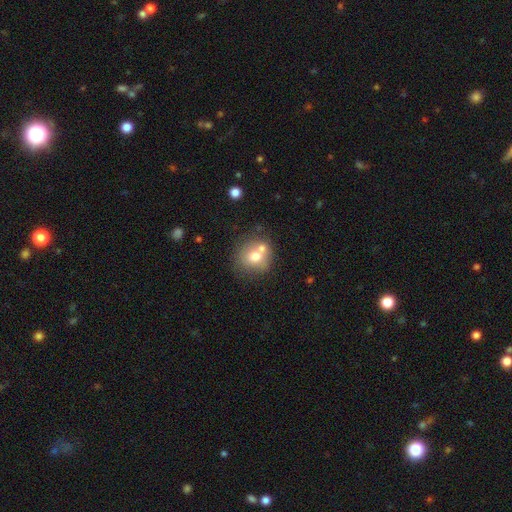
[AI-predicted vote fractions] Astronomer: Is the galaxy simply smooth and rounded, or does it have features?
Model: smooth — 68%.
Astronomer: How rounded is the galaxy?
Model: round — 79%.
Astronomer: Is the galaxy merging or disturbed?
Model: none — 47% (runner-up: merger, 36%).